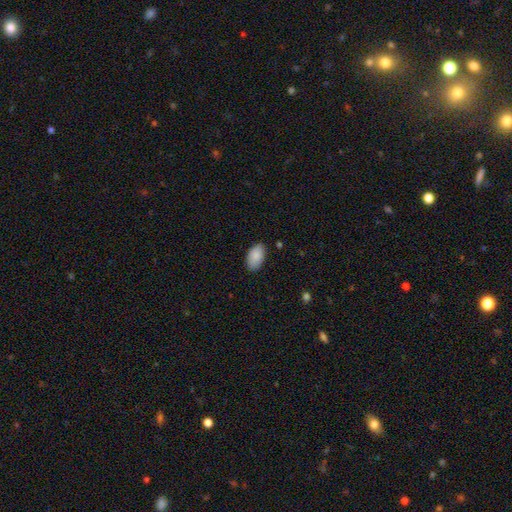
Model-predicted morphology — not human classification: Smooth or featured?
  - smooth: 88% *
  - star or artifact: 6%
  - featured or disk: 6%
How rounded?
  - in between: 94% *
  - round: 4%
  - cigar-shaped: 1%
Merging?
  - none: 83% *
  - minor disturbance: 13%
  - major disturbance: 2%
  - merger: 1%